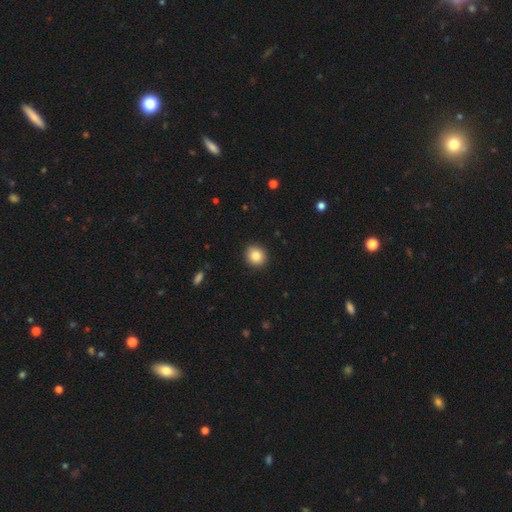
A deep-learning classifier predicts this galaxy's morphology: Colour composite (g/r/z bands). It shows a smooth galaxy with no disk features (86%) that is round (83%). Merging: none (90%).